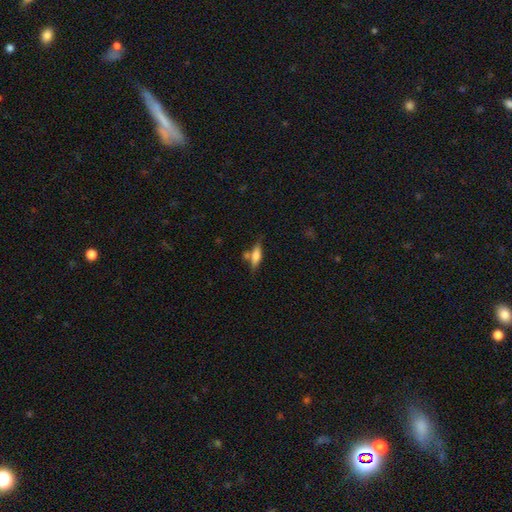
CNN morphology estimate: The model was most divided on "how rounded": cigar-shaped: 52%, in between: 46%, round: 3%. More confident: smooth or featured — smooth (63%); merging — none (59%).